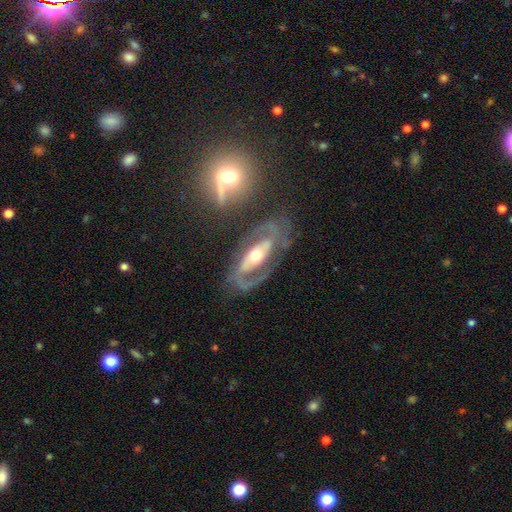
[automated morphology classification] This is clearly a featured or disk galaxy (84%). It is clearly not viewed edge-on (92%). Bar: marginally no (44%). Spiral arm pattern: clearly yes (81%). Spiral arm count: clearly 2 (80%). Spiral winding: marginally medium (45%). Central bulge: likely moderate (71%). Merging: likely none (64%).